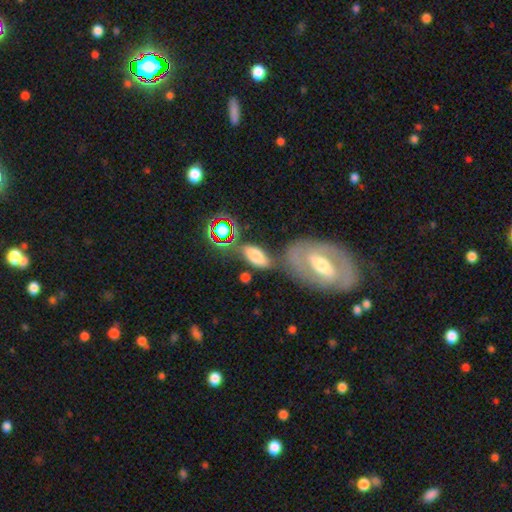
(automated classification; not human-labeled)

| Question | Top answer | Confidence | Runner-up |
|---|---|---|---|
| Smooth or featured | smooth | 65% | featured or disk (21%) |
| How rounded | in between | 89% | round (6%) |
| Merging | none | 53% | minor disturbance (19%) |